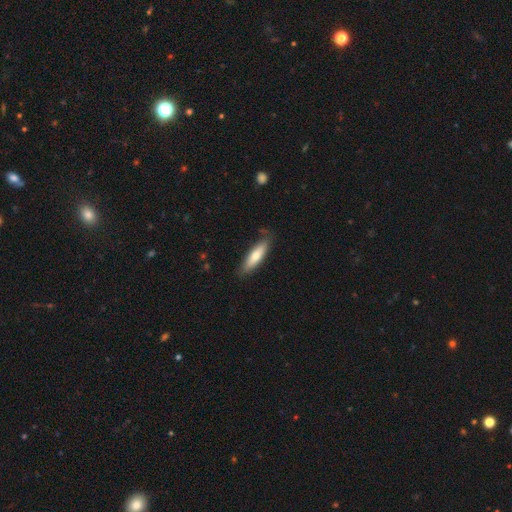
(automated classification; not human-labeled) The model was most divided on "how rounded": cigar-shaped: 65%, in between: 34%, round: 1%. More confident: merging — none (80%); smooth or featured — smooth (71%).